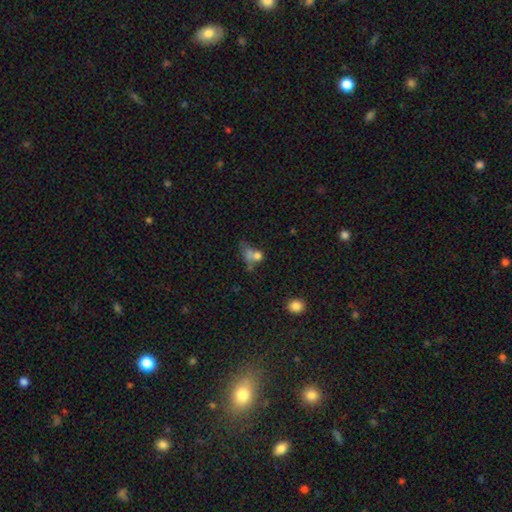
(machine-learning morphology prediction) Smooth or featured? Predicted: smooth (p=0.64). How rounded? Predicted: in between (p=0.56). Merging? Predicted: merger (p=0.34).